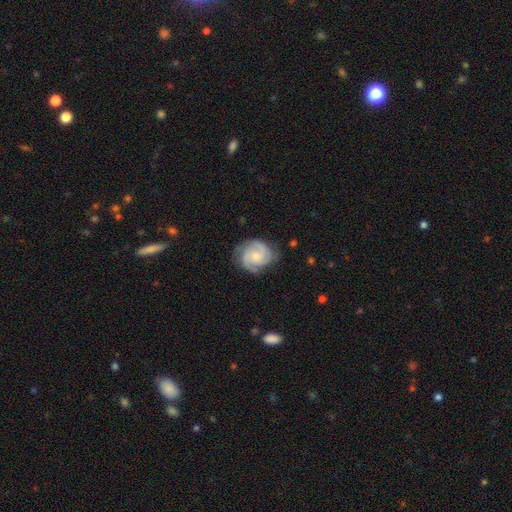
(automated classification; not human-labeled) smooth-or-featured: featured or disk: 84% | smooth: 11% | star or artifact: 5%
  disk-edge-on: no: 98% | yes: 2%
    bar: no: 69% | weak: 27% | strong: 4%
    has-spiral-arms: yes: 97% | no: 3%
      spiral-winding: tight: 53% | medium: 40% | loose: 7%
      spiral-arm-count: 3: 45% | 2: 32% | can't tell: 10% | 4: 6% | 1: 3% | more than 4: 3%
    bulge-size: small: 58% | moderate: 35% | none: 4% | large: 2% | dominant: 1%
  merging: none: 74% | minor disturbance: 19% | major disturbance: 6% | merger: 1%